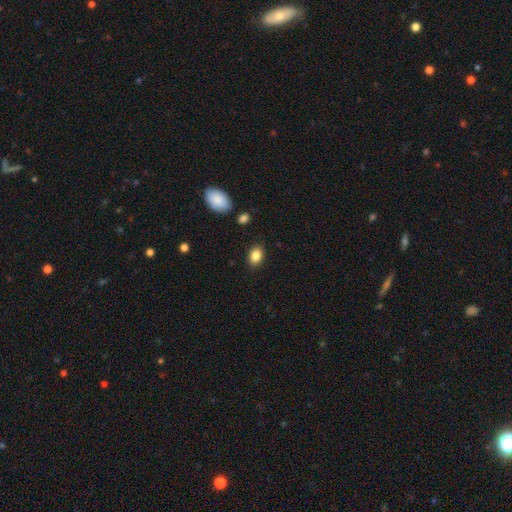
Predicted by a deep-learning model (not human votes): smooth_or_featured: smooth (p=0.85) [alt: star or artifact p=0.09]
how_rounded: in between (p=0.80) [alt: round p=0.19]
merging: none (p=0.87) [alt: minor disturbance p=0.09]